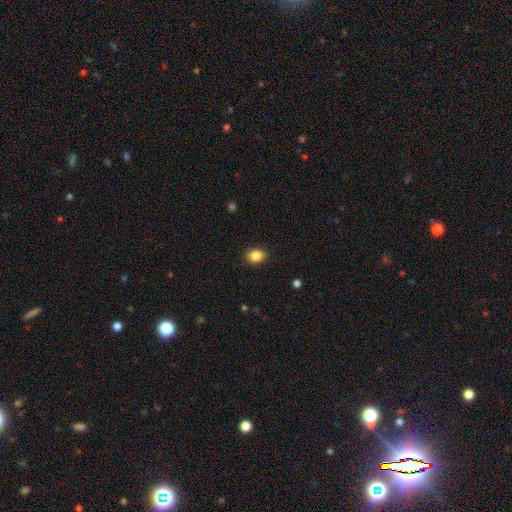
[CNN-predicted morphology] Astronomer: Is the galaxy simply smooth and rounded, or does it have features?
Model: smooth — 86%.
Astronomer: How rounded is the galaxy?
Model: in between — 50% (runner-up: round, 49%).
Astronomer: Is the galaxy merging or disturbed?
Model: none — 89%.